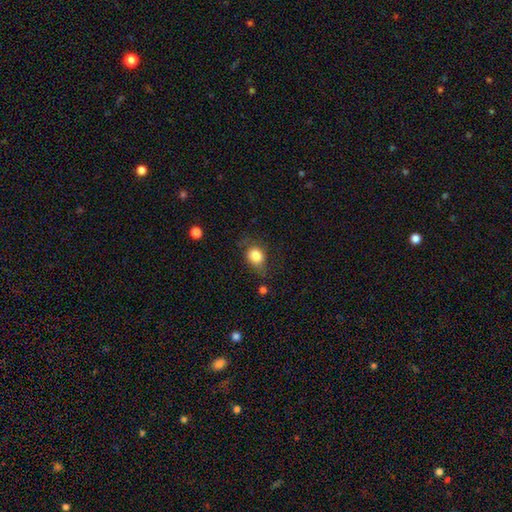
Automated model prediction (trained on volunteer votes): Smooth or featured?
  - smooth: 83% *
  - star or artifact: 9%
  - featured or disk: 8%
How rounded?
  - round: 56% *
  - in between: 43%
  - cigar-shaped: 1%
Merging?
  - none: 57% *
  - minor disturbance: 28%
  - major disturbance: 11%
  - merger: 3%